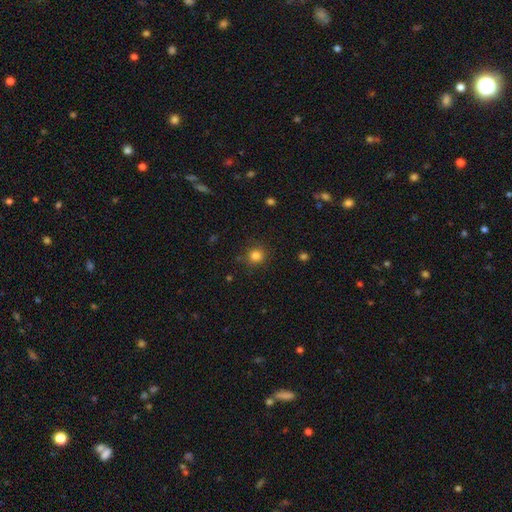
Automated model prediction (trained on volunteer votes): This appears to be a smooth galaxy with no disk features (82%) that is round (92%). Merging: none (87%).